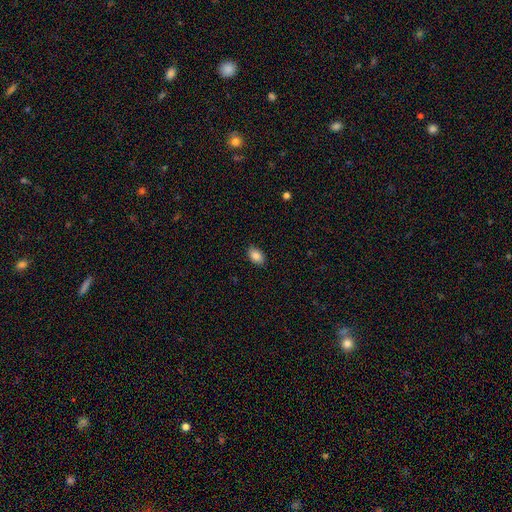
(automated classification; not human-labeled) A smooth galaxy with no disk features (86%) that is in between round and cigar-shaped (90%). Merging: none (89%).